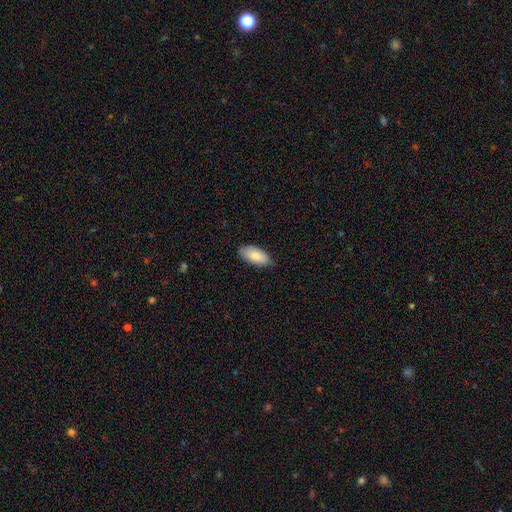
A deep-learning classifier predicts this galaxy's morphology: Smooth or featured?
  - smooth: 82% *
  - featured or disk: 13%
  - star or artifact: 6%
How rounded?
  - in between: 93% *
  - cigar-shaped: 5%
  - round: 2%
Merging?
  - none: 78% *
  - minor disturbance: 19%
  - major disturbance: 2%
  - merger: 1%